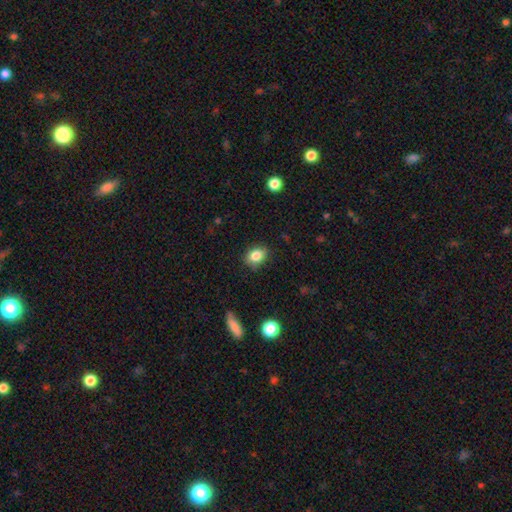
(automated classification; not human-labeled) A smooth galaxy with no disk features (83%) that is in between round and cigar-shaped (62%).

Vote fractions:
- Smooth or featured? smooth: 83% / star or artifact: 10% / featured or disk: 7%
- How rounded? in between: 62% / round: 37% / cigar-shaped: 1%
- Merging? none: 80% / minor disturbance: 15% / major disturbance: 3% / merger: 1%